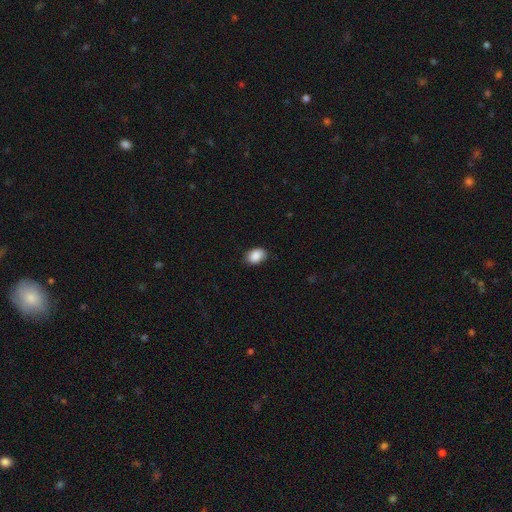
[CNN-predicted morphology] Smooth or featured? Predicted: smooth (p=0.89). How rounded? Predicted: in between (p=0.81). Merging? Predicted: none (p=0.85).